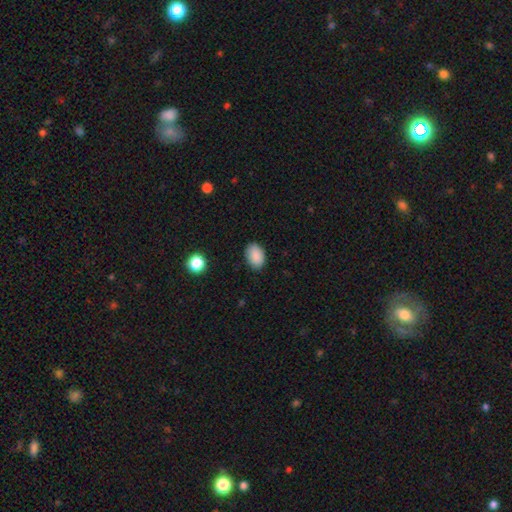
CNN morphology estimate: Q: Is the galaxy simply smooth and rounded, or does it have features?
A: smooth — 89%.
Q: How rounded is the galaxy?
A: in between — 85%.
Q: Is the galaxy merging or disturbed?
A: none — 86%.